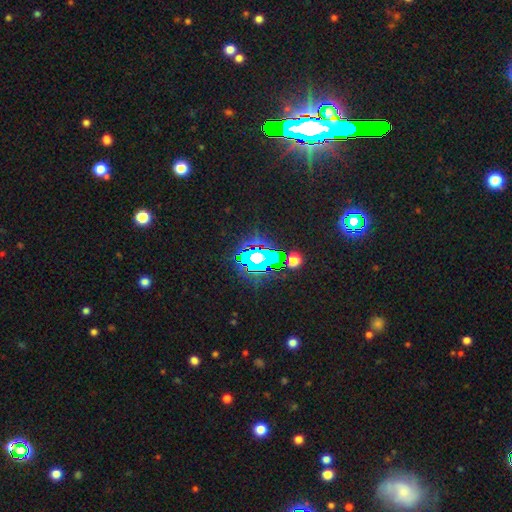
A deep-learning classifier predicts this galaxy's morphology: star or artifact 67%, smooth 19%, featured or disk 14%.